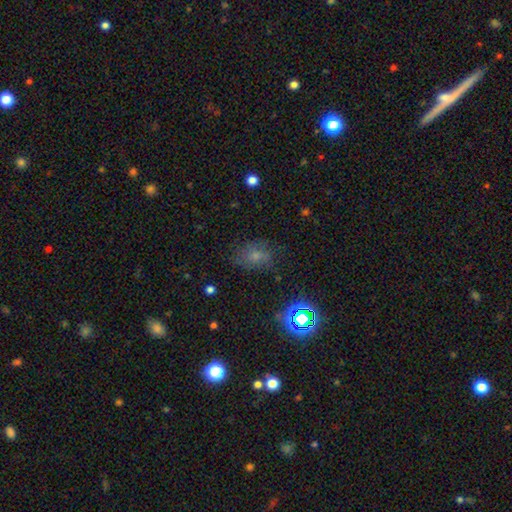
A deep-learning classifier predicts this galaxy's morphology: A smooth galaxy with no disk features (57%) that is in between round and cigar-shaped (63%).

Vote fractions:
- Smooth or featured? smooth: 57% / star or artifact: 26% / featured or disk: 18%
- How rounded? in between: 63% / round: 36% / cigar-shaped: 2%
- Merging? none: 66% / minor disturbance: 22% / major disturbance: 10% / merger: 2%